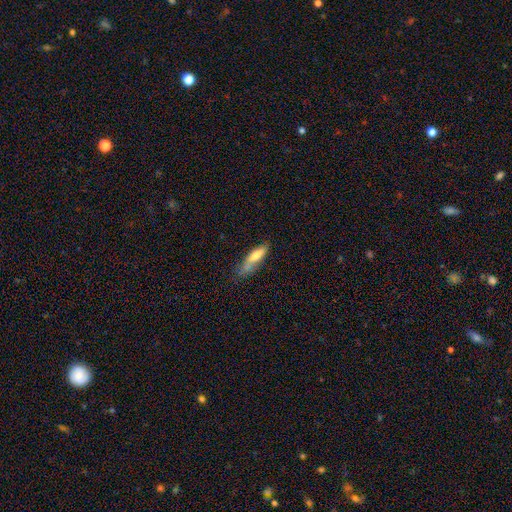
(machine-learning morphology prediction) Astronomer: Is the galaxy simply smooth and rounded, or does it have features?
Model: smooth — 65%.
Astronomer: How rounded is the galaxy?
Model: cigar-shaped — 61% (runner-up: in between, 37%).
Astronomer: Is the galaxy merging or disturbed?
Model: none — 52% (runner-up: minor disturbance, 31%).